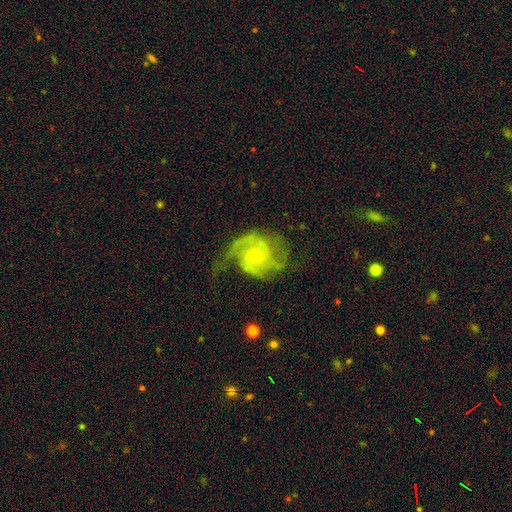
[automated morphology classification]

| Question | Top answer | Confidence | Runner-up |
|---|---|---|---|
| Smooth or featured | featured or disk | 88% | smooth (7%) |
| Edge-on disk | no | 98% | yes (2%) |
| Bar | no | 73% | weak (23%) |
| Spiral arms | yes | 97% | no (3%) |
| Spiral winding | medium | 46% | tight (37%) |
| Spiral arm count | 2 | 58% | 3 (17%) |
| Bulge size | small | 64% | moderate (32%) |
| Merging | none | 55% | minor disturbance (23%) |